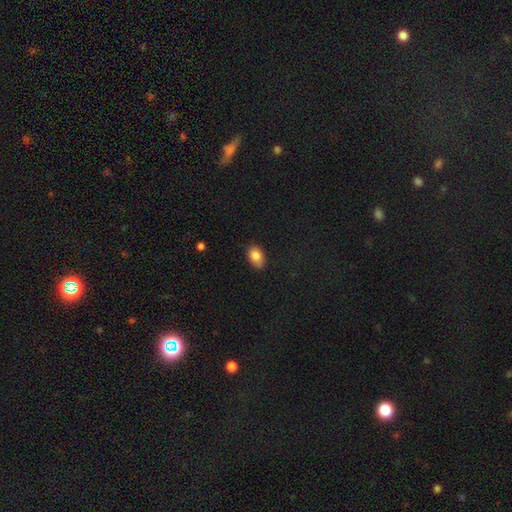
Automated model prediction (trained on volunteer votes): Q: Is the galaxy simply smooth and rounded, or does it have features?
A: smooth — 84%.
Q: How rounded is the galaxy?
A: in between — 85%.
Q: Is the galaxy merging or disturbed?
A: none — 78%.